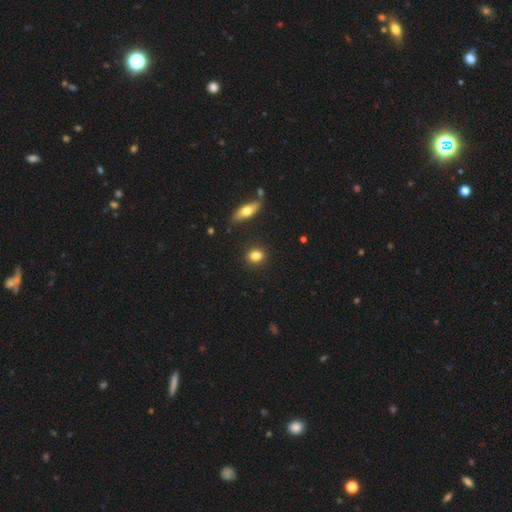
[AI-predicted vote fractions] smooth_or_featured: smooth (p=0.84) [alt: star or artifact p=0.09]
how_rounded: round (p=0.52) [alt: in between p=0.45]
merging: none (p=0.89) [alt: minor disturbance p=0.07]